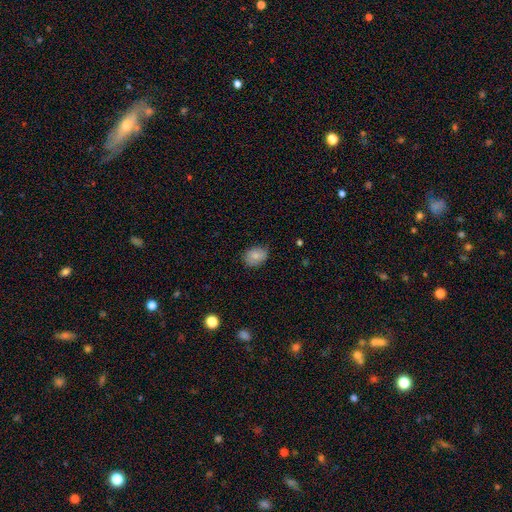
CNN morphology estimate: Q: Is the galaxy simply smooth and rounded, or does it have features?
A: smooth — 81%.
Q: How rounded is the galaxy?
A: in between — 68%.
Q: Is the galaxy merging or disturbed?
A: none — 79%.